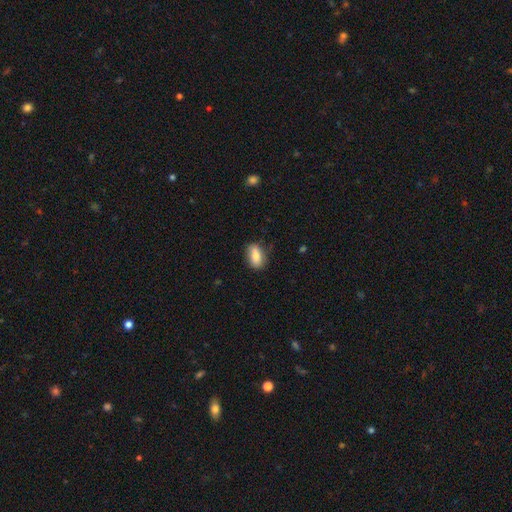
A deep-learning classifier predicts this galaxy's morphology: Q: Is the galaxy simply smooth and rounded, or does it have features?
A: smooth — 83%.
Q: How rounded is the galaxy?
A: in between — 86%.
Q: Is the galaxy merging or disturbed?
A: none — 79%.